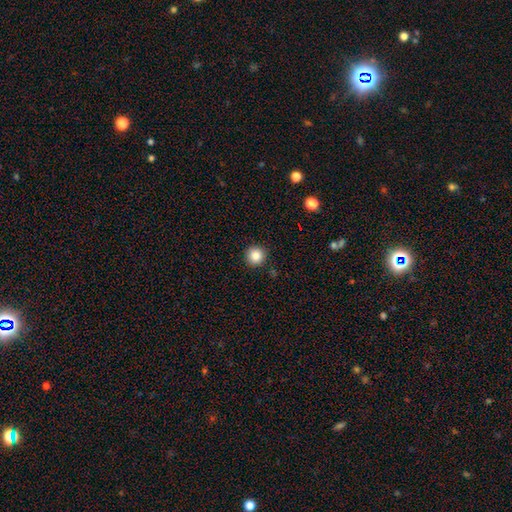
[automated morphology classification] Overall: smooth (86%). How rounded: round (95%). Merging: none (91%).